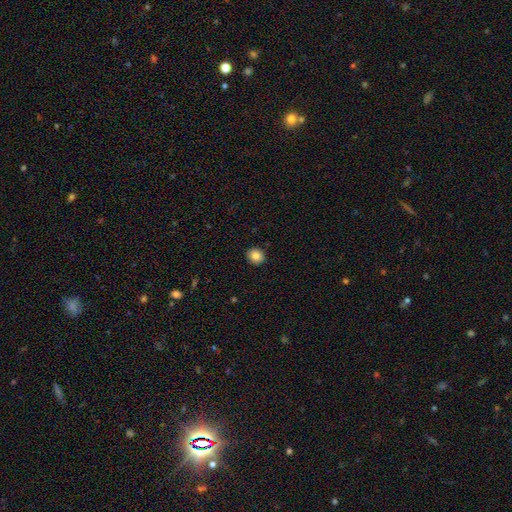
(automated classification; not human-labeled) smooth-or-featured: smooth: 84% | star or artifact: 9% | featured or disk: 7%
  how-rounded: round: 81% | in between: 18% | cigar-shaped: 1%
  merging: none: 92% | minor disturbance: 6% | major disturbance: 2% | merger: 1%